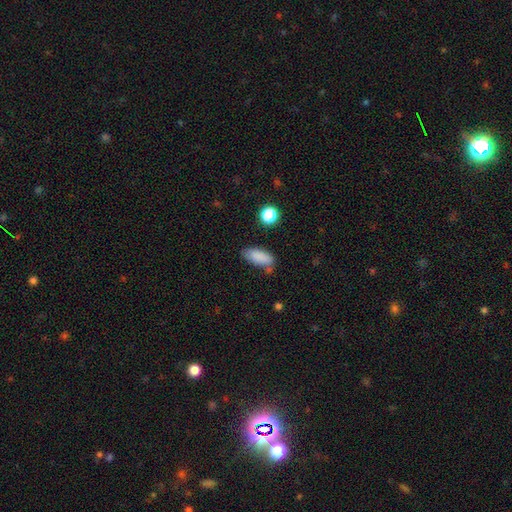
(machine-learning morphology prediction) A smooth galaxy with no disk features (85%) that is in between round and cigar-shaped (80%). Merging: none (72%).